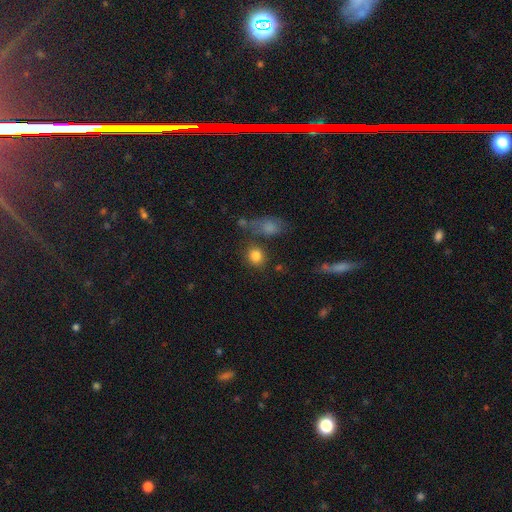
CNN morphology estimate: A smooth galaxy with no disk features (82%) that is round (75%).

Vote fractions:
- Smooth or featured? smooth: 82% / star or artifact: 11% / featured or disk: 7%
- How rounded? round: 75% / in between: 23% / cigar-shaped: 2%
- Merging? none: 71% / minor disturbance: 12% / merger: 11% / major disturbance: 5%